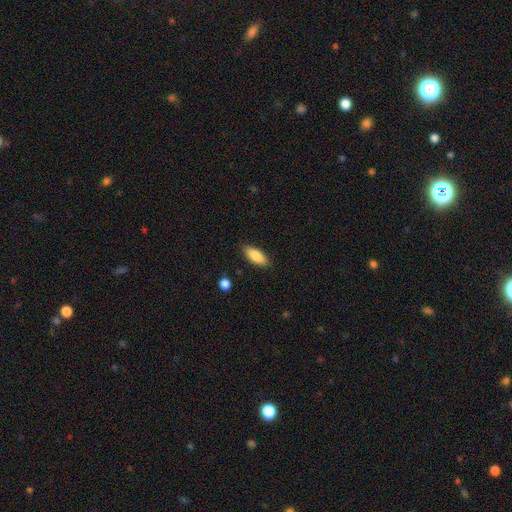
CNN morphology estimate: This appears to be a smooth galaxy with no disk features (86%) that is in between round and cigar-shaped (78%). Merging: none (86%).